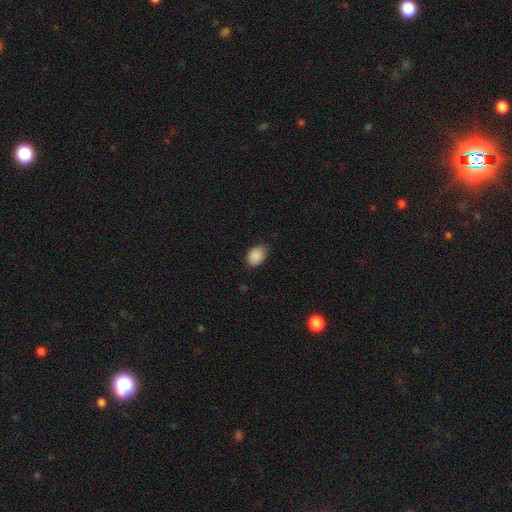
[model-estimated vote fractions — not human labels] Morphology: type=smooth (89%); roundness=in between (73%); merging=none (73%).